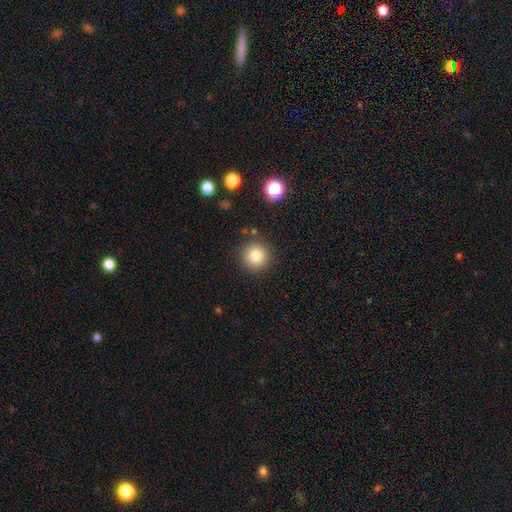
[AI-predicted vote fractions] A smooth galaxy with no disk features (82%) that is round (95%).

Vote fractions:
- Smooth or featured? smooth: 82% / star or artifact: 11% / featured or disk: 6%
- How rounded? round: 95% / in between: 4% / cigar-shaped: 1%
- Merging? none: 88% / minor disturbance: 7% / major disturbance: 3% / merger: 2%